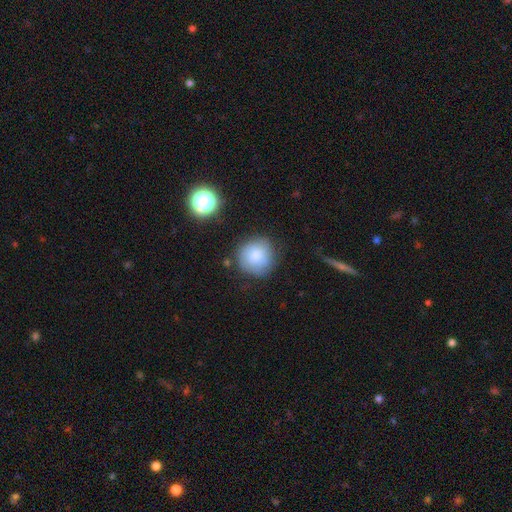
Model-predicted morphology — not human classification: This is likely a smooth galaxy (75%). How rounded: clearly round (92%). Merging: likely none (74%).